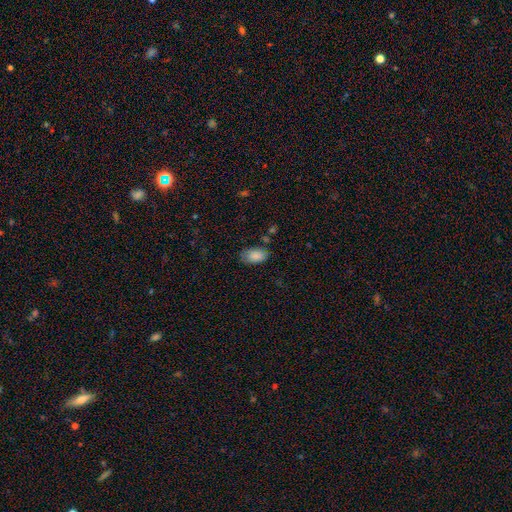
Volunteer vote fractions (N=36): Morphology: type=smooth (83%); roundness=in between (87%); merging=none (59%).